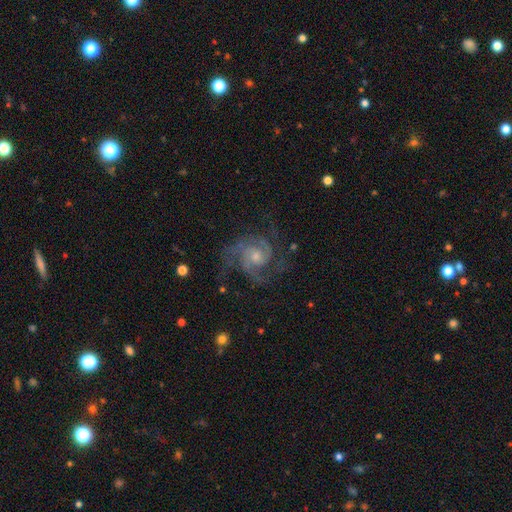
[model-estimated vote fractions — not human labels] The model was most divided on "spiral arm count": 3: 39%, 2: 38%, can't tell: 8%, 4: 6%, 1: 4%, more than 4: 4%. Remaining: spiral arms — yes (98%); edge-on disk — no (98%); smooth or featured — featured or disk (90%); merging — none (71%); bar — no (68%); bulge size — small (50%); spiral winding — medium (49%).